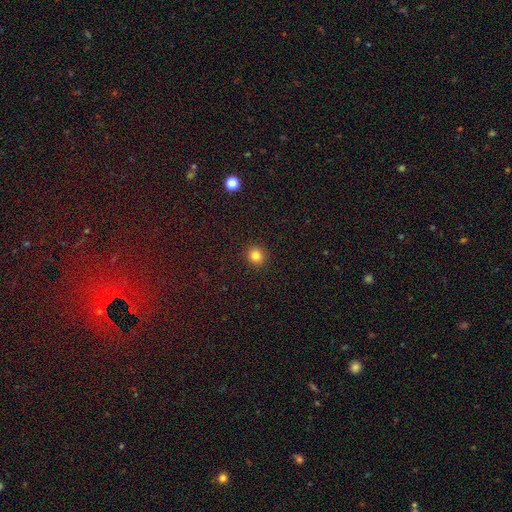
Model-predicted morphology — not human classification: This is clearly a smooth galaxy (82%). How rounded: clearly round (89%). Merging: clearly none (92%).